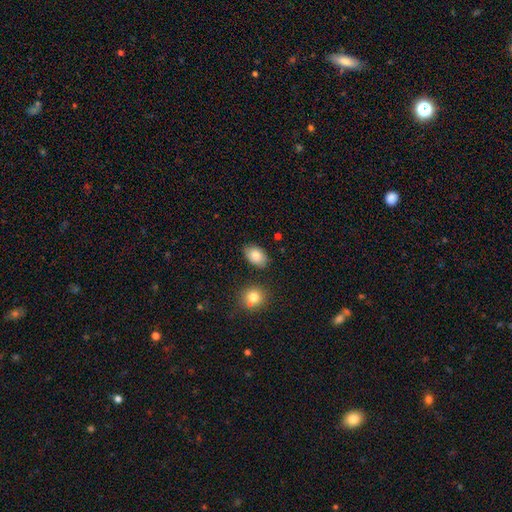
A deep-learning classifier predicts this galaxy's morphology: smooth_or_featured: smooth (p=0.84) [alt: featured or disk p=0.08]
how_rounded: in between (p=0.88) [alt: round p=0.11]
merging: none (p=0.82) [alt: minor disturbance p=0.11]